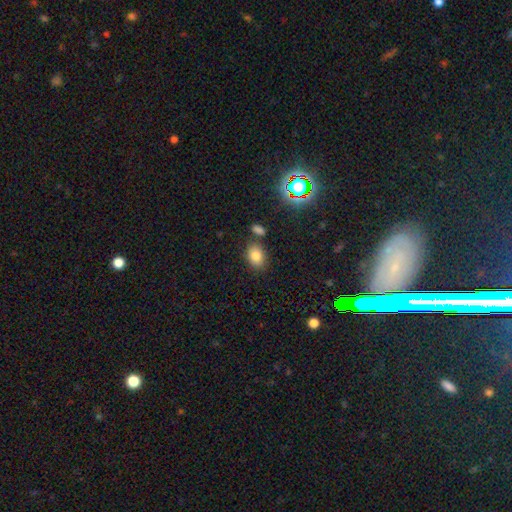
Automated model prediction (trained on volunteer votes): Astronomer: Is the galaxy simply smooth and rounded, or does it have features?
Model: smooth — 80%.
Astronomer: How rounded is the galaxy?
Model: in between — 74%.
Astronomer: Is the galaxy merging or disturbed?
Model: none — 75%.